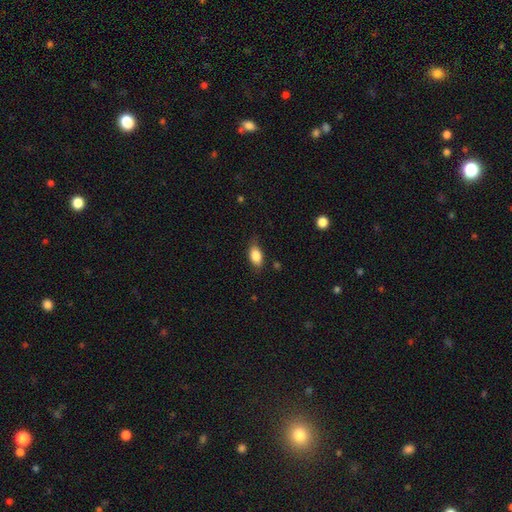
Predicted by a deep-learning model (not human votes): Q: Smooth or featured?
A: smooth (85%); runner-up: featured or disk (8%)
Q: How rounded?
A: in between (88%); runner-up: round (7%)
Q: Merging?
A: none (73%); runner-up: minor disturbance (21%)